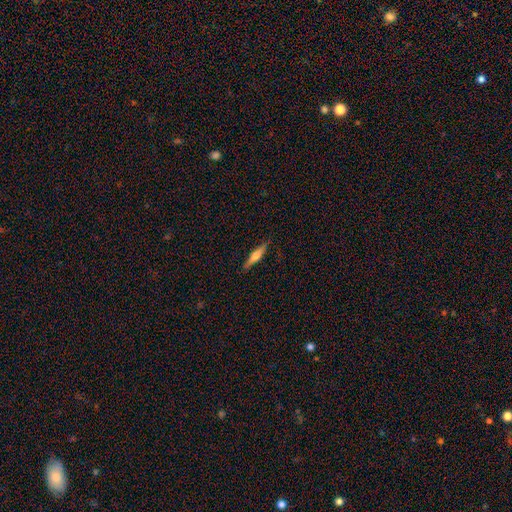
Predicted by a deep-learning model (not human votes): A featured or disk galaxy (47%, tied with smooth). Merging: none (89%).